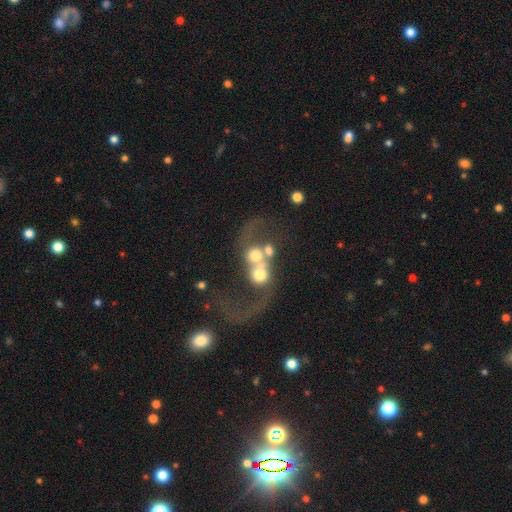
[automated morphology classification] Smooth or featured? smooth (45%)
Merging? merger (67%)